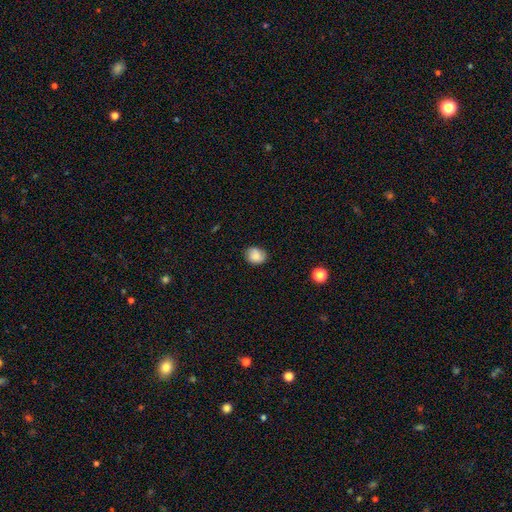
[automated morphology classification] Q: Smooth or featured?
A: smooth (83%); runner-up: star or artifact (9%)
Q: How rounded?
A: round (58%); runner-up: in between (41%)
Q: Merging?
A: none (80%); runner-up: minor disturbance (16%)